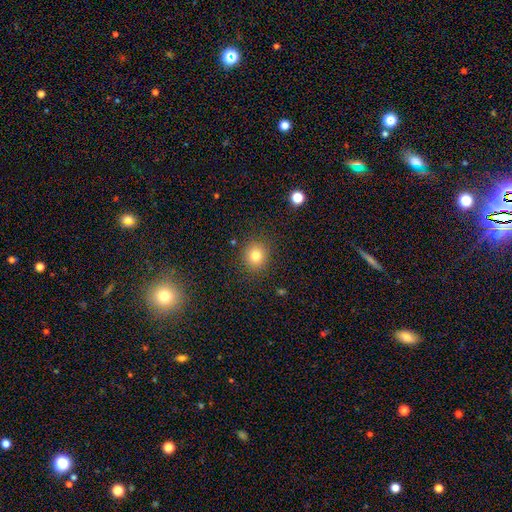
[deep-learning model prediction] smooth_or_featured: smooth (p=0.80) [alt: star or artifact p=0.13]
how_rounded: round (p=0.87) [alt: in between p=0.12]
merging: none (p=0.88) [alt: minor disturbance p=0.08]